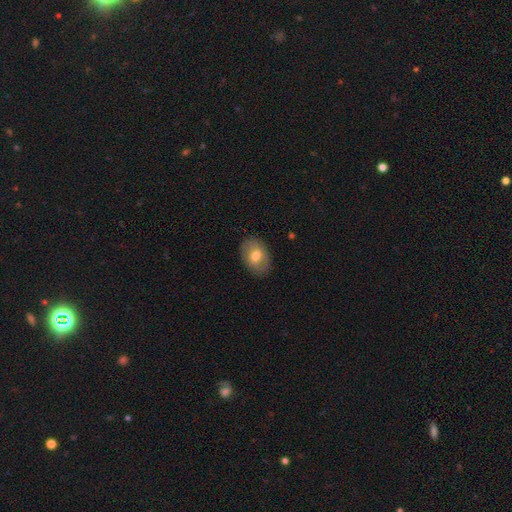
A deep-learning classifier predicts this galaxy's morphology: Smooth or featured: smooth — 65% (featured or disk — 28%)
How rounded: in between — 81% (round — 17%)
Merging: none — 85% (minor disturbance — 11%)